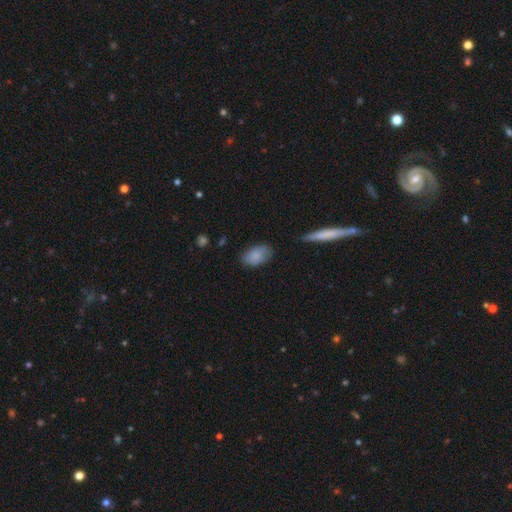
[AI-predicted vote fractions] This is clearly a smooth galaxy (85%). How rounded: clearly in between (91%). Merging: likely none (75%).